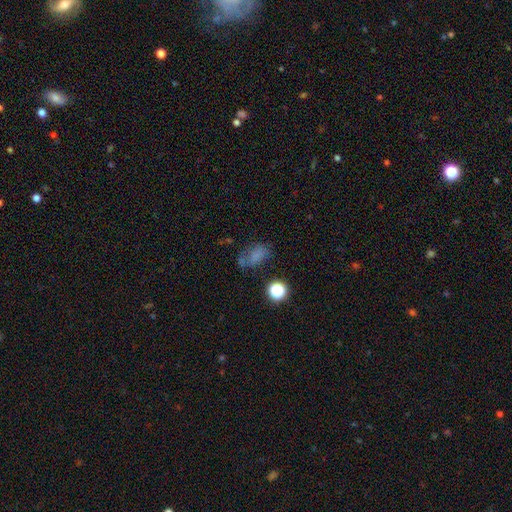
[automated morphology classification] Smooth or featured? Predicted: smooth (p=0.63). How rounded? Predicted: in between (p=0.76). Merging? Predicted: none (p=0.52).